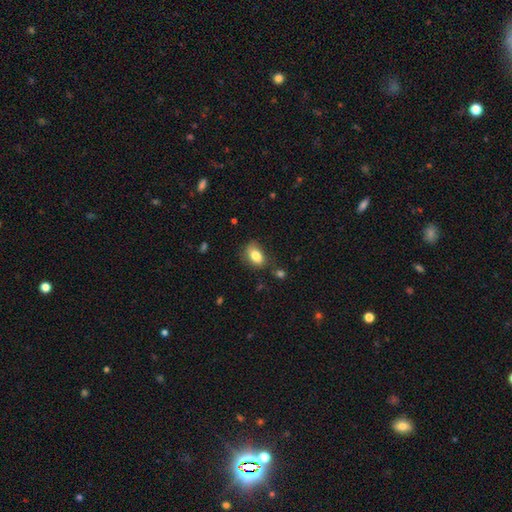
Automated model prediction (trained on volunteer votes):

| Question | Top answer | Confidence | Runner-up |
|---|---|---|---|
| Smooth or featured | smooth | 83% | featured or disk (9%) |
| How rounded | in between | 85% | round (13%) |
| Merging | none | 71% | minor disturbance (21%) |